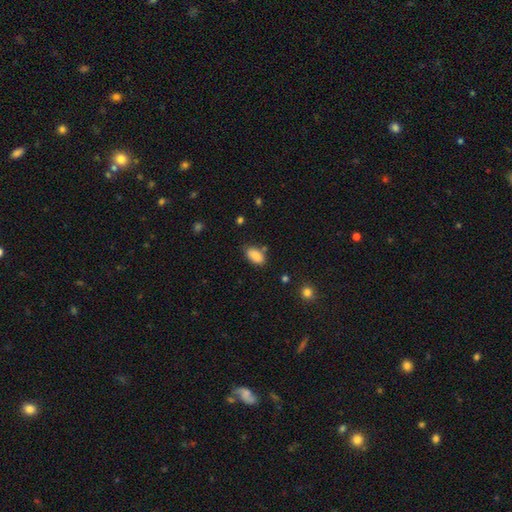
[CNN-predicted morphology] This appears to be a smooth galaxy with no disk features (87%) that is in between round and cigar-shaped (92%). Merging: none (76%).